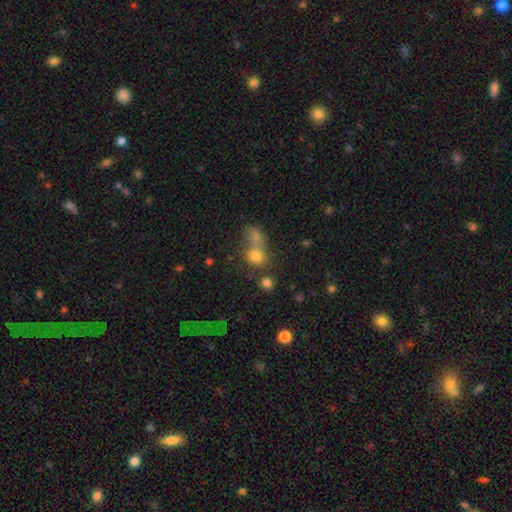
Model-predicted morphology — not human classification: A smooth galaxy with no disk features (73%) that is round (69%).

Vote fractions:
- Smooth or featured? smooth: 73% / star or artifact: 16% / featured or disk: 12%
- How rounded? round: 69% / in between: 29% / cigar-shaped: 2%
- Merging? merger: 50% / none: 34% / minor disturbance: 9% / major disturbance: 7%